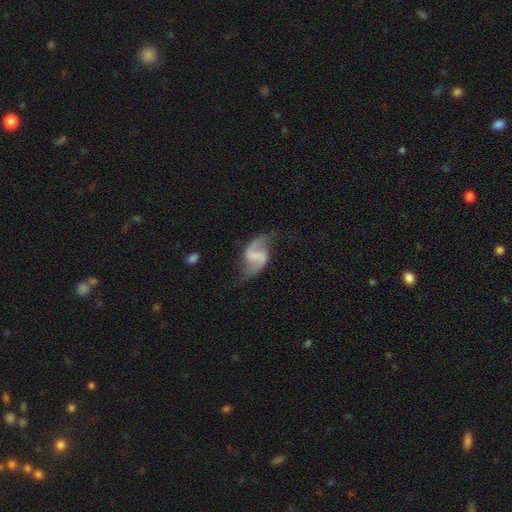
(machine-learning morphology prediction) Overall: featured or disk (87%). Edge-on disk: no (98%). Bar: weak (47%; strong 32%). Spiral arms: yes (96%). Spiral arm count: 2 (93%). Spiral winding: loose (69%). Bulge size: none (61%; small 22%). Merging: none (71%).